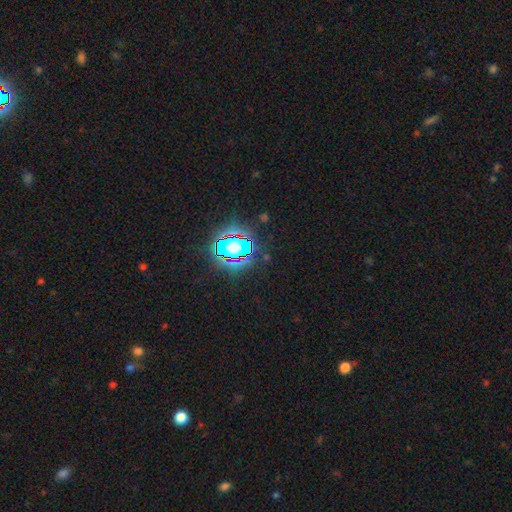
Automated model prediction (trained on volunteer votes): Overall: star or artifact (83%).